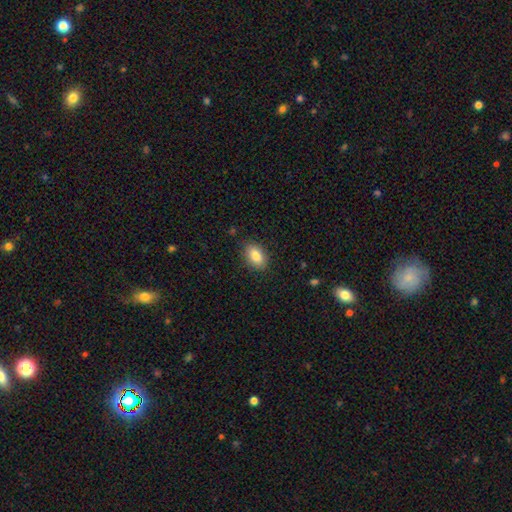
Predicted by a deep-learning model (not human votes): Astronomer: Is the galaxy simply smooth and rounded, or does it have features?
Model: smooth — 85%.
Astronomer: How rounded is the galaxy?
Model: in between — 88%.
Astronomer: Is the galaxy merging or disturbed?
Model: none — 87%.